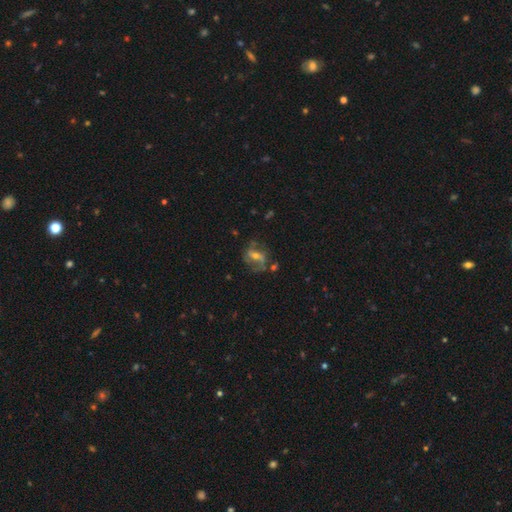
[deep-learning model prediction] smooth-or-featured: featured or disk: 72% | smooth: 18% | star or artifact: 10%
  disk-edge-on: no: 95% | yes: 5%
    bar: weak: 40% | strong: 33% | no: 27%
    has-spiral-arms: yes: 83% | no: 17%
      spiral-winding: loose: 49% | medium: 38% | tight: 13%
      spiral-arm-count: 2: 75% | can't tell: 10% | 1: 8% | 3: 4% | 4: 1% | more than 4: 1%
    bulge-size: moderate: 49% | small: 44% | none: 3% | large: 3% | dominant: 1%
  merging: none: 57% | minor disturbance: 21% | major disturbance: 17% | merger: 6%